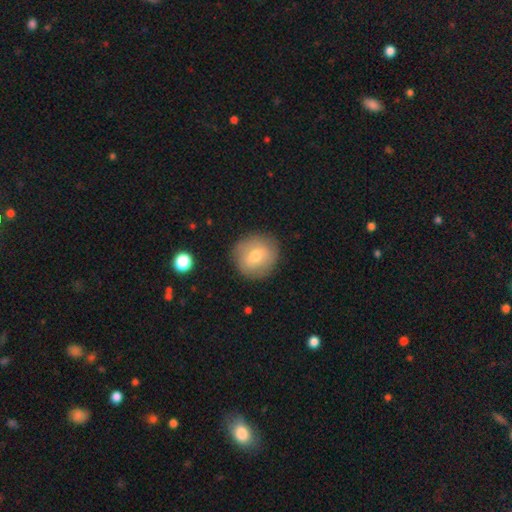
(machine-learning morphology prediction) Q: Smooth or featured?
A: smooth (63%); runner-up: featured or disk (29%)
Q: How rounded?
A: round (89%); runner-up: in between (10%)
Q: Merging?
A: none (85%); runner-up: minor disturbance (11%)